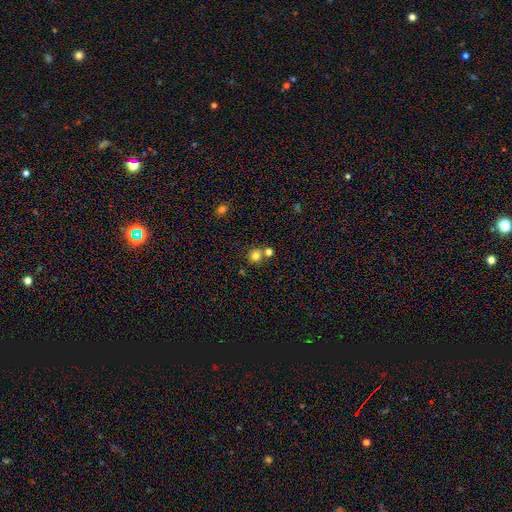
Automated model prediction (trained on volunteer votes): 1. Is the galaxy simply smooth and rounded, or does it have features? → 77% smooth, 14% star or artifact, 9% featured or disk.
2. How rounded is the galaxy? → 89% round, 10% in between, 1% cigar-shaped.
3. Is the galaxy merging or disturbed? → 61% none, 27% merger, 8% minor disturbance, 3% major disturbance.